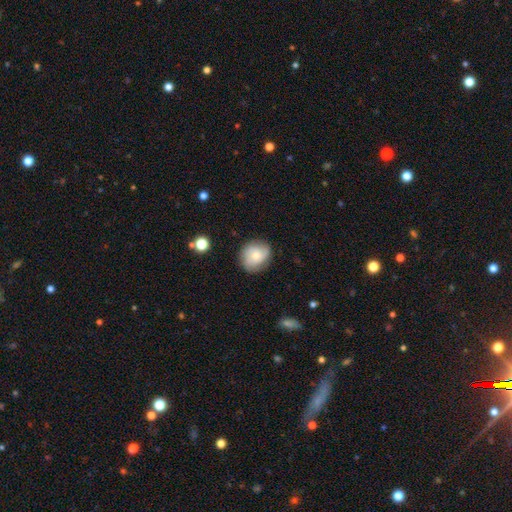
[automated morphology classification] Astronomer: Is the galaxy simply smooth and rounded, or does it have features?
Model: smooth — 49% (runner-up: featured or disk, 43%).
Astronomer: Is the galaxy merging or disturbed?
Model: none — 77%.